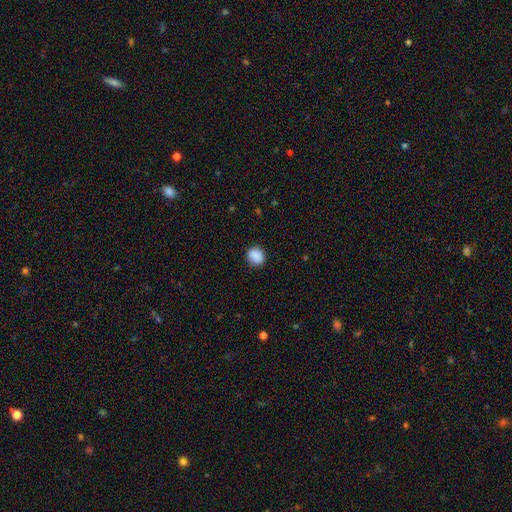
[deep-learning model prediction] Morphology: type=smooth (89%); roundness=round (70%); merging=none (85%).